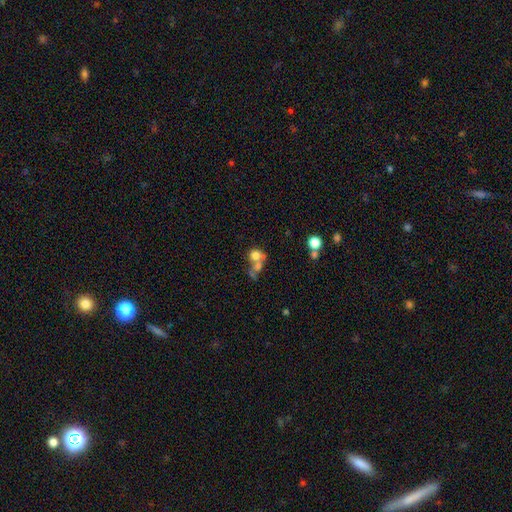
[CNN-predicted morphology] smooth 67%, featured or disk 20%, star or artifact 14%. Down the decision tree: how rounded — round (75%); merging — merger (55%).